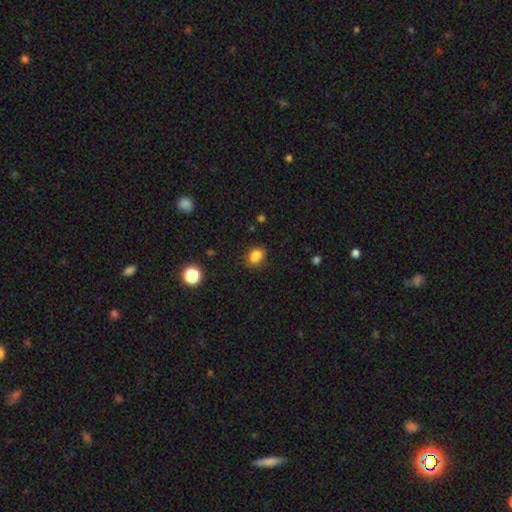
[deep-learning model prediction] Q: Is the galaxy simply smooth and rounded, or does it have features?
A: smooth — 85%.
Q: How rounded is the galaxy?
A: in between — 66%.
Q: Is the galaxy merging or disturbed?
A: none — 81%.